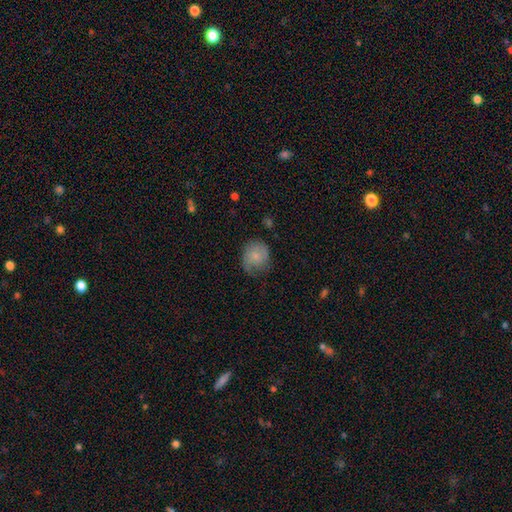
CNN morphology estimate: Overall: smooth (69%). How rounded: round (74%). Merging: none (53%; minor disturbance 32%).